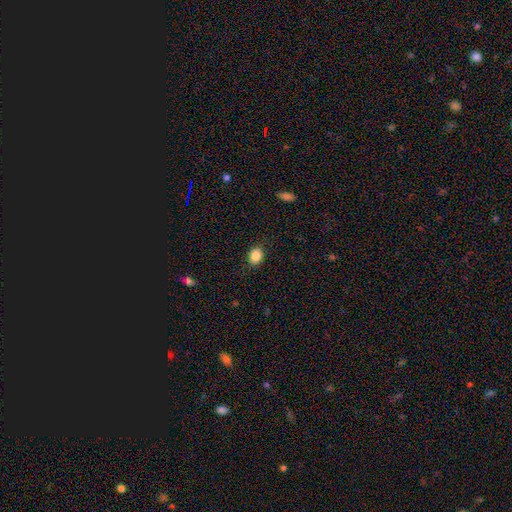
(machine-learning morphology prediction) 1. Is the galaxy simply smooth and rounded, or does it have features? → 86% smooth, 9% star or artifact, 5% featured or disk.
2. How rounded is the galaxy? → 52% in between, 47% round, 1% cigar-shaped.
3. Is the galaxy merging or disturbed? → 87% none, 10% minor disturbance, 3% major disturbance, 1% merger.